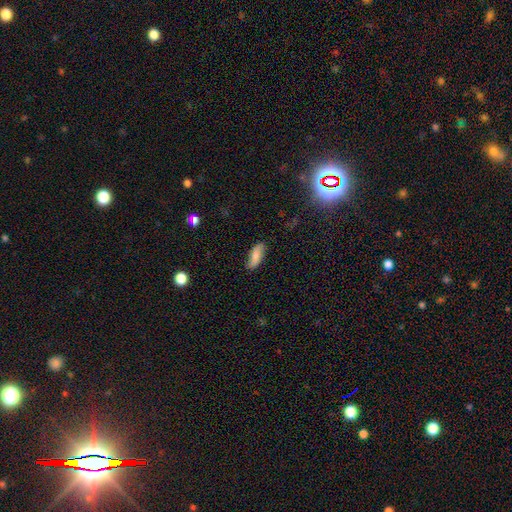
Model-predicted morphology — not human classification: This appears to be a smooth galaxy with no disk features (73%) that is in between round and cigar-shaped (62%). Merging: none (77%).